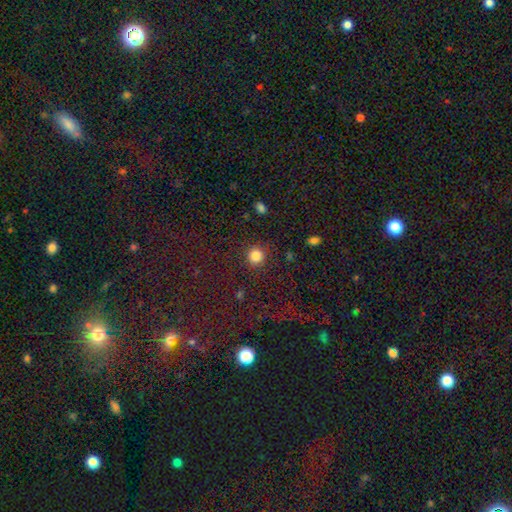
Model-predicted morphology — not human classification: smooth-or-featured: smooth: 83% | star or artifact: 12% | featured or disk: 5%
  how-rounded: round: 91% | in between: 8% | cigar-shaped: 1%
  merging: none: 88% | minor disturbance: 8% | major disturbance: 3% | merger: 2%